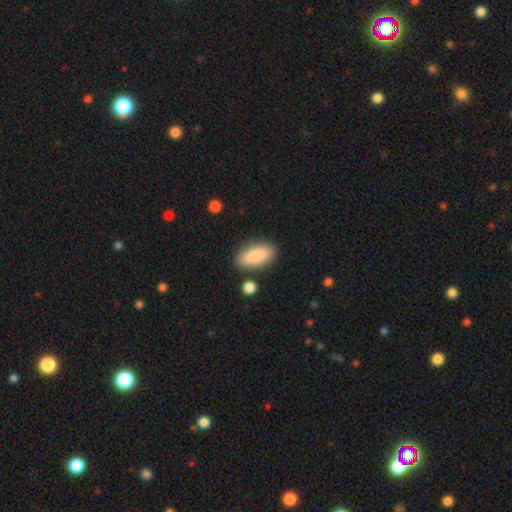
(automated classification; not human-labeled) smooth-or-featured: smooth: 85% | featured or disk: 9% | star or artifact: 6%
  how-rounded: in between: 87% | cigar-shaped: 10% | round: 3%
  merging: none: 83% | minor disturbance: 10% | merger: 4% | major disturbance: 3%